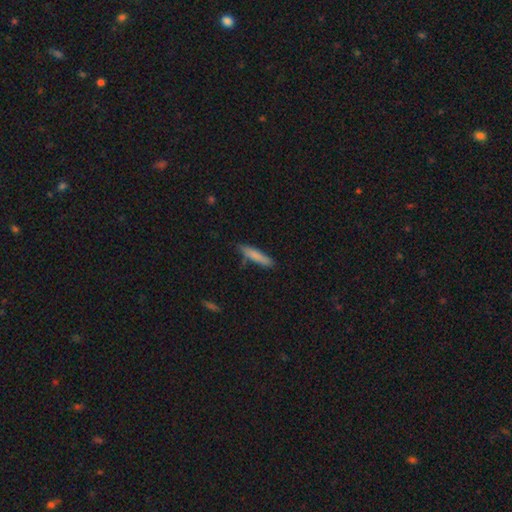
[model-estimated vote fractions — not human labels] smooth-or-featured: smooth: 80% | featured or disk: 14% | star or artifact: 6%
  how-rounded: cigar-shaped: 87% | in between: 12% | round: 1%
  merging: none: 77% | minor disturbance: 16% | merger: 3% | major disturbance: 3%